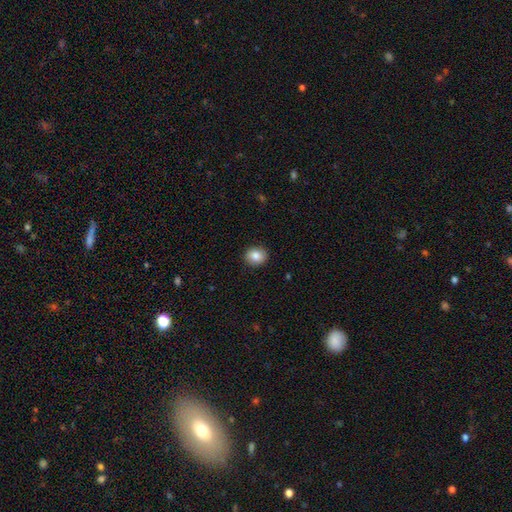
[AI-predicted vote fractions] This is clearly a smooth galaxy (84%). How rounded: likely round (68%). Merging: clearly none (90%).